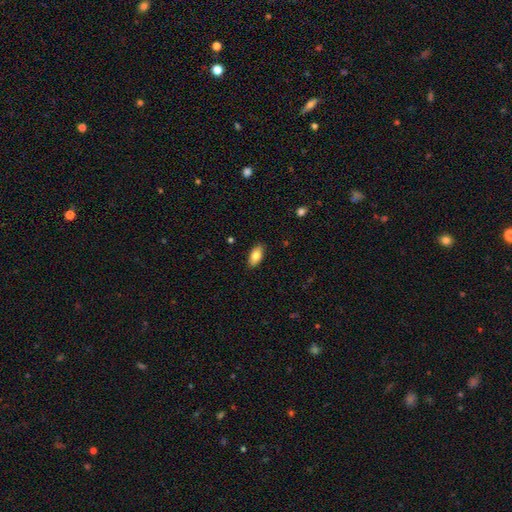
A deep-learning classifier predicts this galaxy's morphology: smooth-or-featured: smooth: 81% | featured or disk: 12% | star or artifact: 7%
  how-rounded: in between: 92% | cigar-shaped: 5% | round: 3%
  merging: none: 88% | minor disturbance: 9% | major disturbance: 2% | merger: 1%